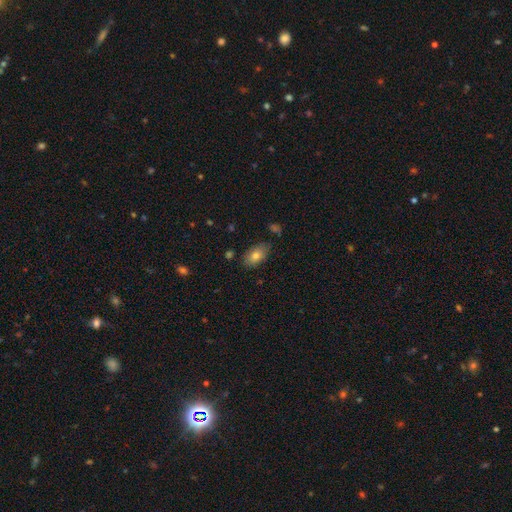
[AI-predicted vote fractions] smooth_or_featured: smooth (p=0.79) [alt: featured or disk p=0.13]
how_rounded: in between (p=0.91) [alt: round p=0.07]
merging: none (p=0.78) [alt: minor disturbance p=0.16]